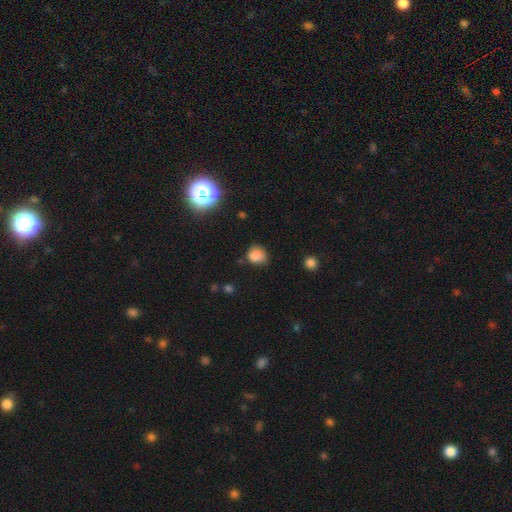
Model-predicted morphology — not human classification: smooth-or-featured: smooth: 82% | star or artifact: 13% | featured or disk: 5%
  how-rounded: round: 72% | in between: 27% | cigar-shaped: 1%
  merging: none: 65% | minor disturbance: 26% | major disturbance: 6% | merger: 4%